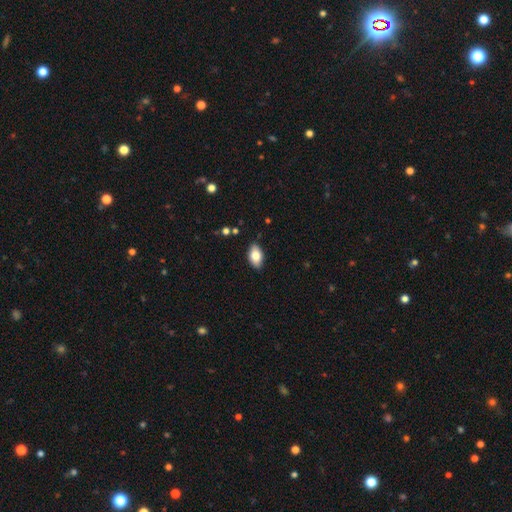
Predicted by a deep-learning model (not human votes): Smooth or featured? smooth (77%)
How rounded? in between (91%)
Merging? none (86%)